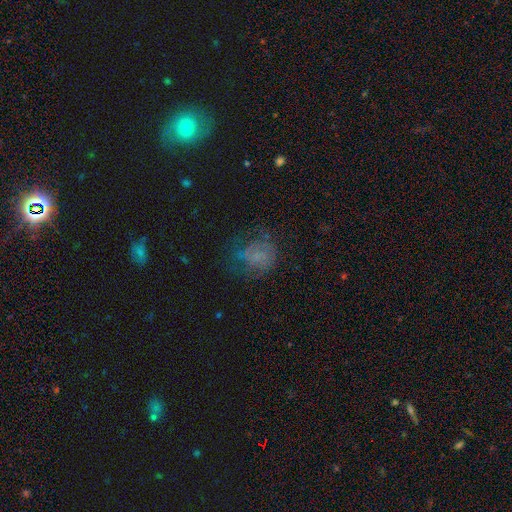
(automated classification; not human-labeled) Smooth or featured? Predicted: smooth (p=0.47). Merging? Predicted: none (p=0.53).